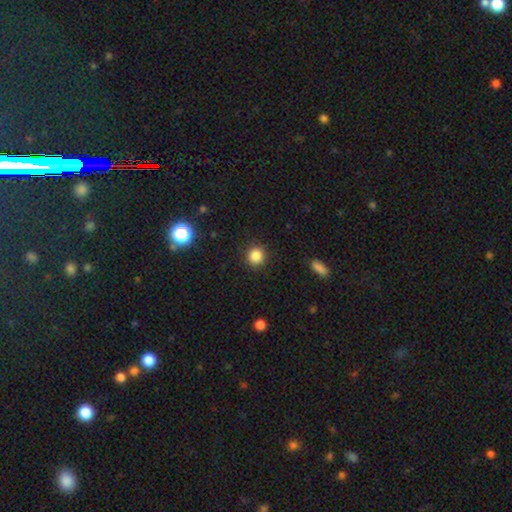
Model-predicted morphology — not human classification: This appears to be a smooth galaxy with no disk features (85%) that is round (92%). Merging: none (91%).